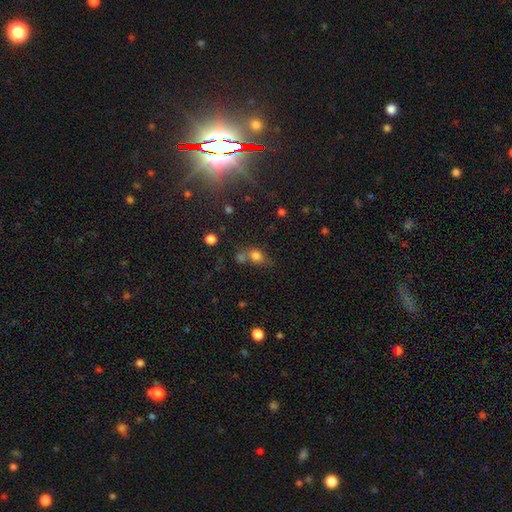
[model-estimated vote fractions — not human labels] This is likely a smooth galaxy (75%). How rounded: possibly round (57%). Merging: marginally none (41%).